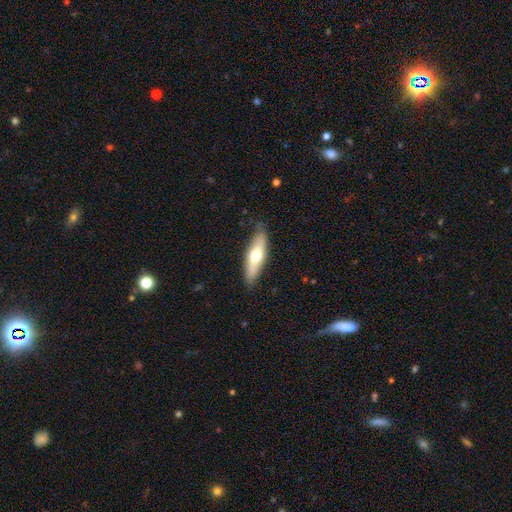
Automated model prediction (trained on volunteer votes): The model was most divided on "smooth or featured": smooth: 54%, featured or disk: 40%, star or artifact: 5%. More confident: merging — none (84%); how rounded — cigar-shaped (60%).